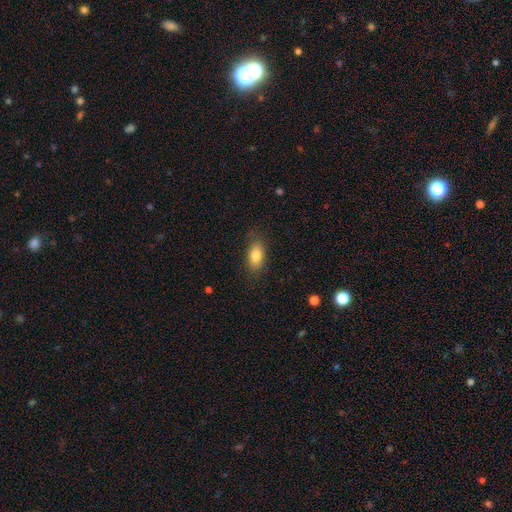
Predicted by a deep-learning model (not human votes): Morphology: type=smooth (82%); roundness=in between (88%); merging=none (81%).